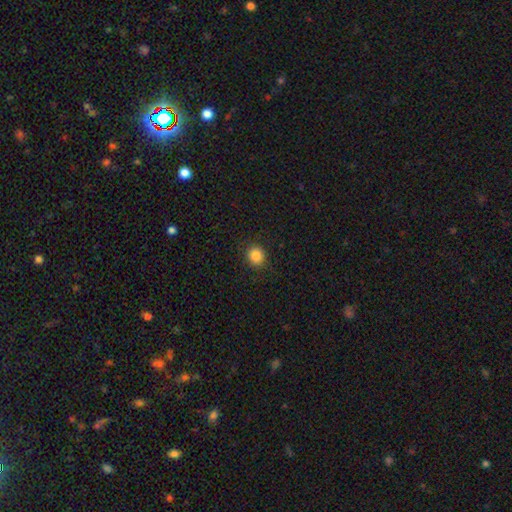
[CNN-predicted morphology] smooth-or-featured: smooth: 85% | star or artifact: 11% | featured or disk: 5%
  how-rounded: round: 84% | in between: 15% | cigar-shaped: 1%
  merging: none: 90% | minor disturbance: 7% | major disturbance: 2% | merger: 1%